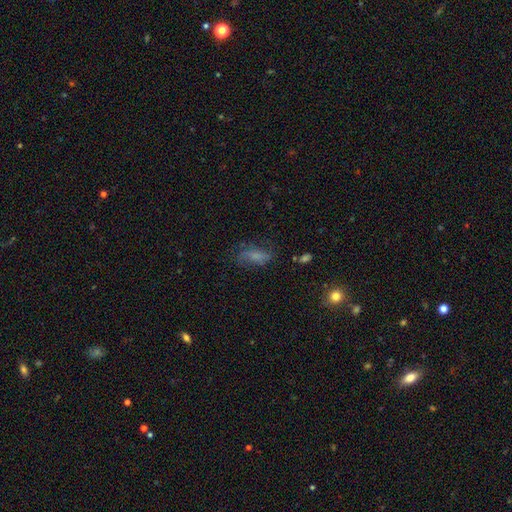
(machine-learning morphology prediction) Smooth or featured? smooth (52%)
How rounded? in between (77%)
Merging? none (57%)